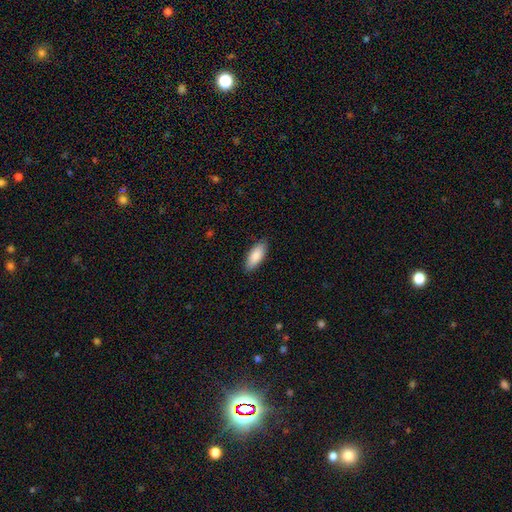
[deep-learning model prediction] The model was most divided on "how rounded": in between: 81%, cigar-shaped: 17%, round: 2%. More confident: smooth or featured — smooth (86%); merging — none (86%).